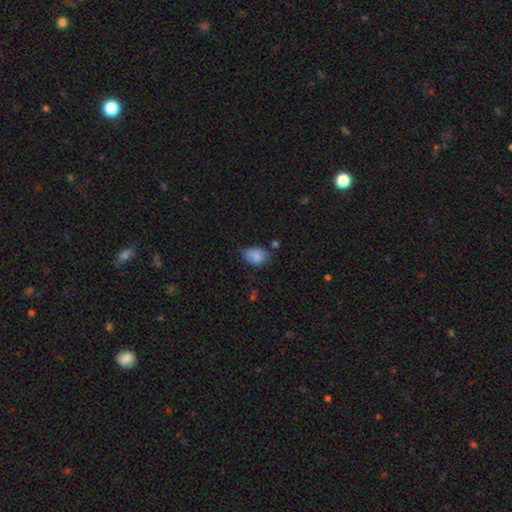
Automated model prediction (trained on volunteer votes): This is clearly a smooth galaxy (84%). How rounded: likely in between (72%). Merging: possibly none (58%).